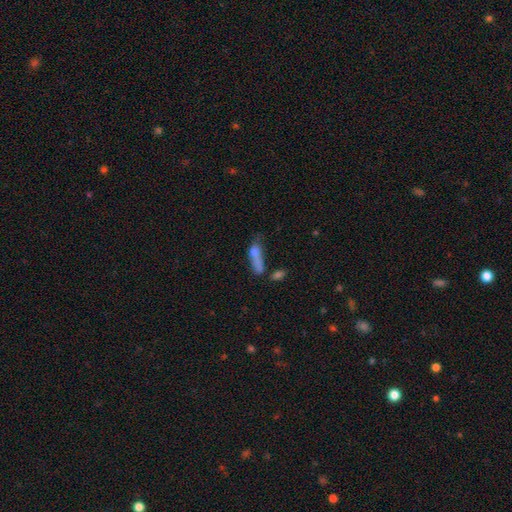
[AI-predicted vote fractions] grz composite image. It shows a smooth galaxy with no disk features (64%) that is in between round and cigar-shaped (48%). Merging: merger (37%).